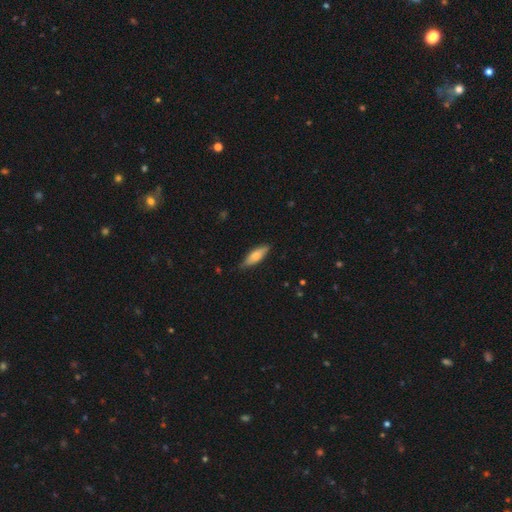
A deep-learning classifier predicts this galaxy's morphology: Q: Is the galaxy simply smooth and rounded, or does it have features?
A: smooth — 75%.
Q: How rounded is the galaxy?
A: cigar-shaped — 50%.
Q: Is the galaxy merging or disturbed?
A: none — 80%.